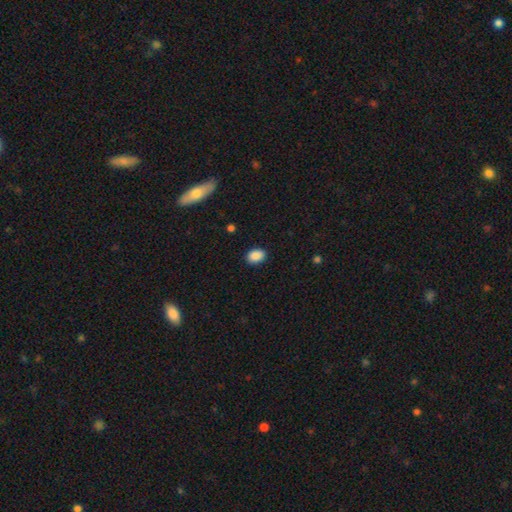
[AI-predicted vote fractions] A smooth galaxy with no disk features (89%) that is in between round and cigar-shaped (74%). Merging: none (88%).